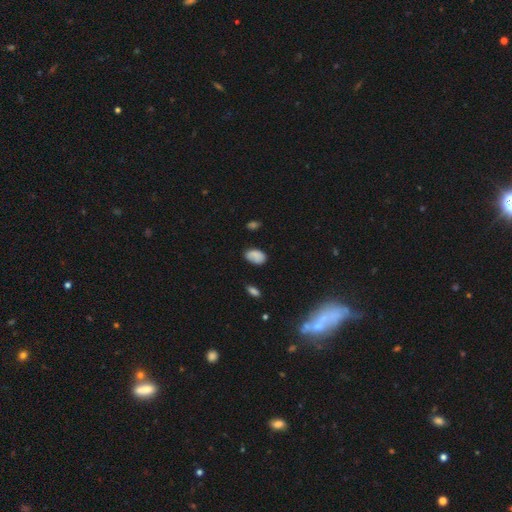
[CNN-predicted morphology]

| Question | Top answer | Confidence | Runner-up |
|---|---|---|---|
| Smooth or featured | smooth | 80% | featured or disk (10%) |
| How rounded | in between | 89% | round (9%) |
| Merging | none | 71% | minor disturbance (22%) |